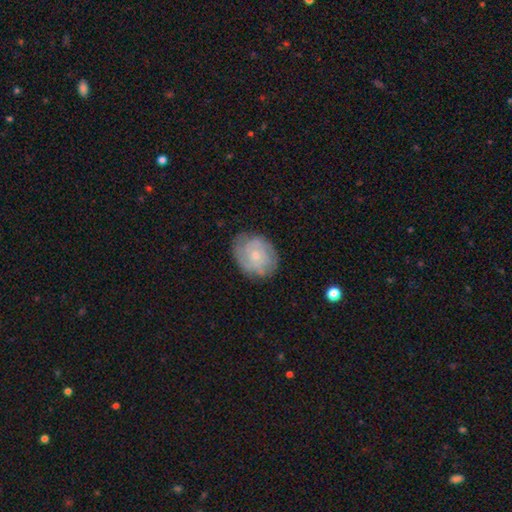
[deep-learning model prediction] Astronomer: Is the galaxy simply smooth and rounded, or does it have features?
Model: featured or disk — 60%.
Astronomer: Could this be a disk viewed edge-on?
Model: no — 97%.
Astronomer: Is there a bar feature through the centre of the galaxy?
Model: no — 78%.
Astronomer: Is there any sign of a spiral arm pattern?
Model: yes — 82%.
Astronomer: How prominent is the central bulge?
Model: small — 66%.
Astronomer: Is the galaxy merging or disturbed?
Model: none — 75%.